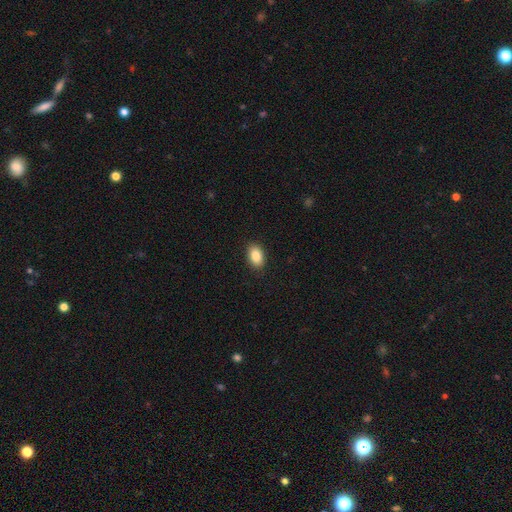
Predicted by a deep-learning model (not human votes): smooth-or-featured: smooth: 88% | star or artifact: 8% | featured or disk: 5%
  how-rounded: in between: 88% | round: 11% | cigar-shaped: 1%
  merging: none: 89% | minor disturbance: 8% | major disturbance: 2% | merger: 1%